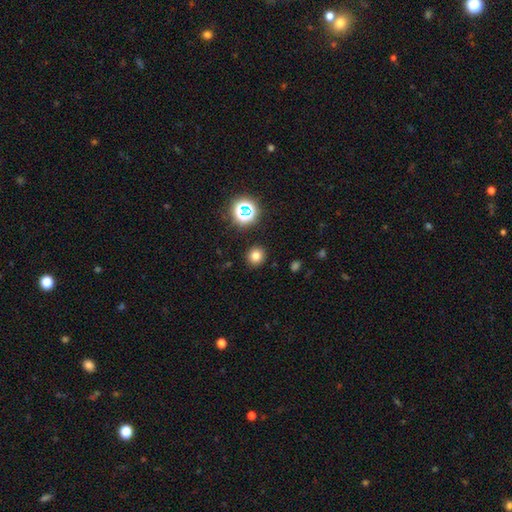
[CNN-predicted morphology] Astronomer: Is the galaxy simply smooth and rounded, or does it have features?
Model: smooth — 76%.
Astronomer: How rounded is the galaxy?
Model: round — 89%.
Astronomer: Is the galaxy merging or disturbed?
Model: none — 90%.